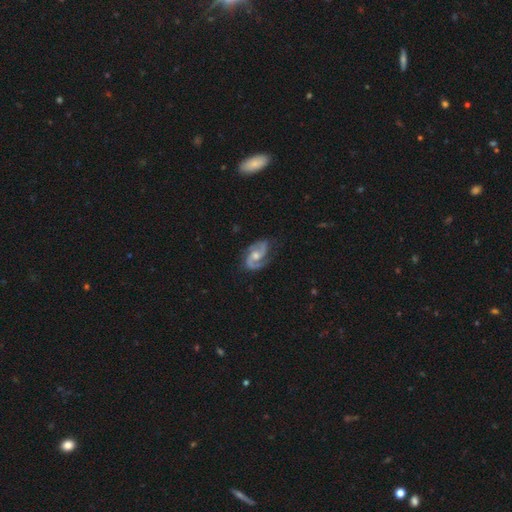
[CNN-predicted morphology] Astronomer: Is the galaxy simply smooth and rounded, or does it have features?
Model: featured or disk — 89%.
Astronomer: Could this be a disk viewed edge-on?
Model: no — 97%.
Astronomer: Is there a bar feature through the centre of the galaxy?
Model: no — 56% (runner-up: weak, 36%).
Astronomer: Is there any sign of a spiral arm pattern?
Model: yes — 97%.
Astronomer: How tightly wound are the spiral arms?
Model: medium — 56%.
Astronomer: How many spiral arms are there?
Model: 2 — 91%.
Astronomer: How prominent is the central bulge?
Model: moderate — 66%.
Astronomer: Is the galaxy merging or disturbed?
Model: none — 73%.